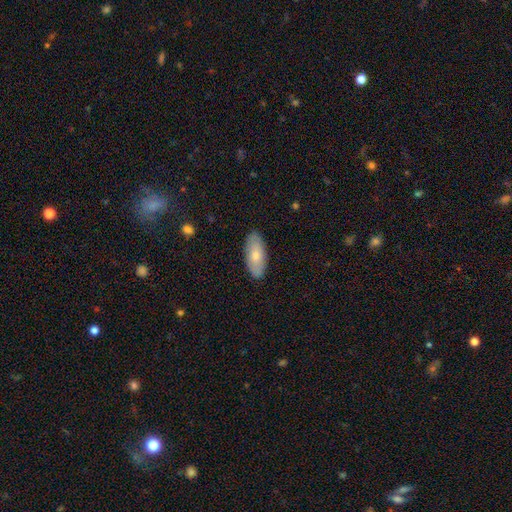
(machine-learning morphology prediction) Smooth or featured: smooth — 72% (featured or disk — 23%)
How rounded: in between — 88% (cigar-shaped — 10%)
Merging: none — 88% (minor disturbance — 9%)